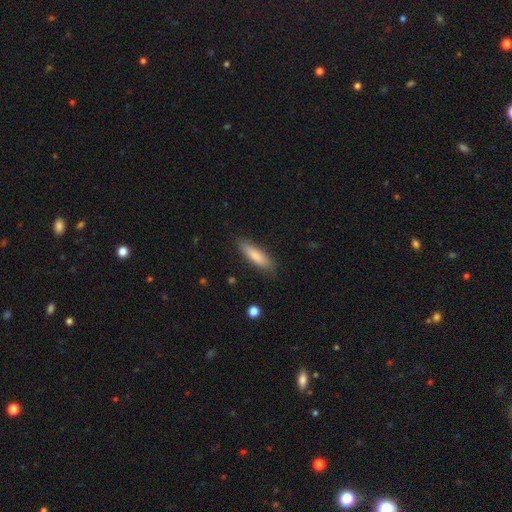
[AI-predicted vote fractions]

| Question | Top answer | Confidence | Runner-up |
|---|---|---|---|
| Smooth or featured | smooth | 81% | featured or disk (13%) |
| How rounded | cigar-shaped | 63% | in between (36%) |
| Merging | none | 85% | minor disturbance (11%) |